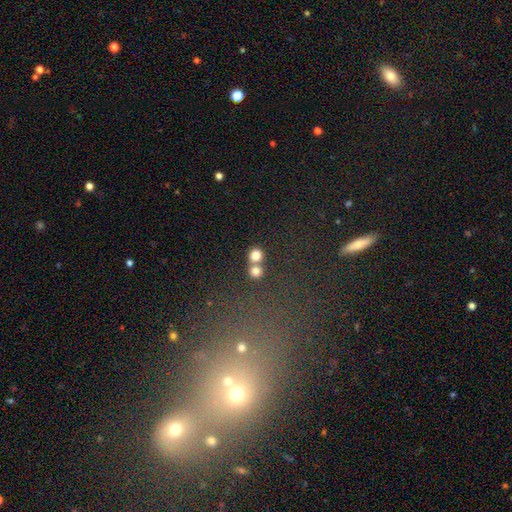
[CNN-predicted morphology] The model was most divided on "merging": none: 52%, merger: 39%, minor disturbance: 6%, major disturbance: 3%. More confident: how rounded — round (89%); smooth or featured — smooth (79%).